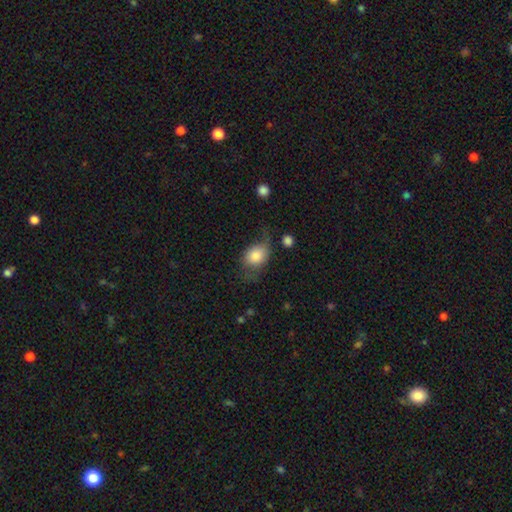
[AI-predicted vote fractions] Smooth or featured?
  - smooth: 74% *
  - featured or disk: 19%
  - star or artifact: 7%
How rounded?
  - in between: 63% *
  - round: 36%
  - cigar-shaped: 1%
Merging?
  - none: 40% *
  - minor disturbance: 31%
  - major disturbance: 25%
  - merger: 4%